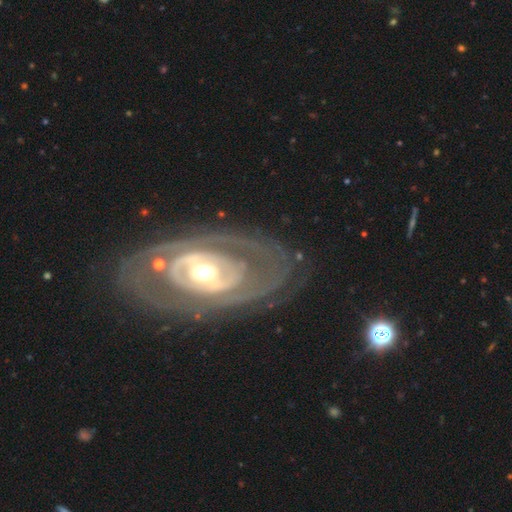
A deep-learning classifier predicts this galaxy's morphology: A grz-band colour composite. It shows a featured or disk galaxy (86%) with no bar (54%), 2 (37%) tight (66%) spiral arms (71%) and a moderate central bulge (65%). Merging: none (77%).